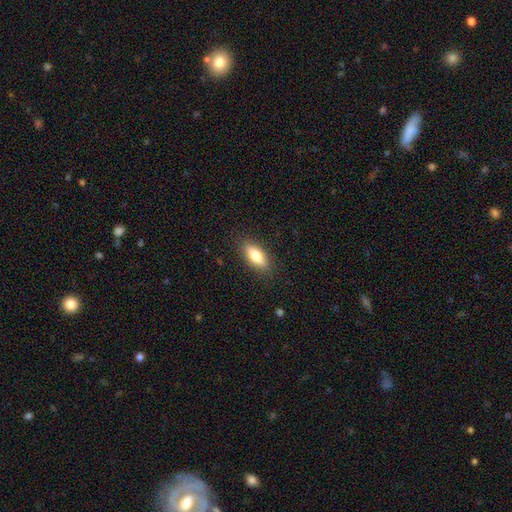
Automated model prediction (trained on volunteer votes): A smooth galaxy with no disk features (76%) that is in between round and cigar-shaped (77%).

Vote fractions:
- Smooth or featured? smooth: 76% / featured or disk: 17% / star or artifact: 7%
- How rounded? in between: 77% / cigar-shaped: 20% / round: 3%
- Merging? none: 87% / minor disturbance: 10% / major disturbance: 2% / merger: 1%